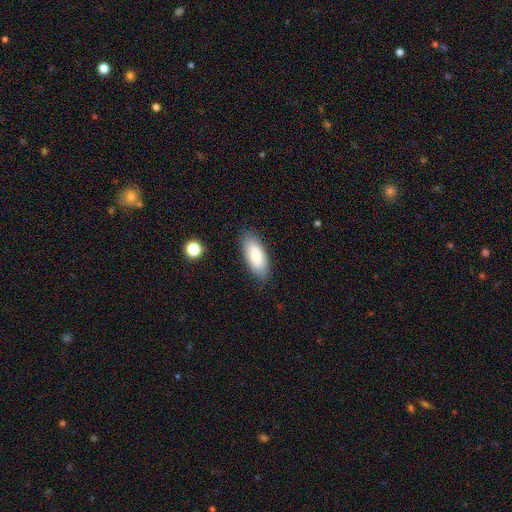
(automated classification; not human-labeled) Smooth or featured? smooth (80%)
How rounded? in between (84%)
Merging? none (84%)